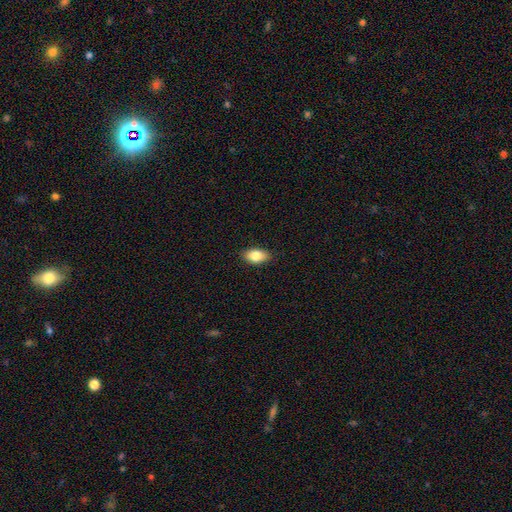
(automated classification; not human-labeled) This appears to be a smooth galaxy with no disk features (81%) that is in between round and cigar-shaped (89%). Merging: none (88%).